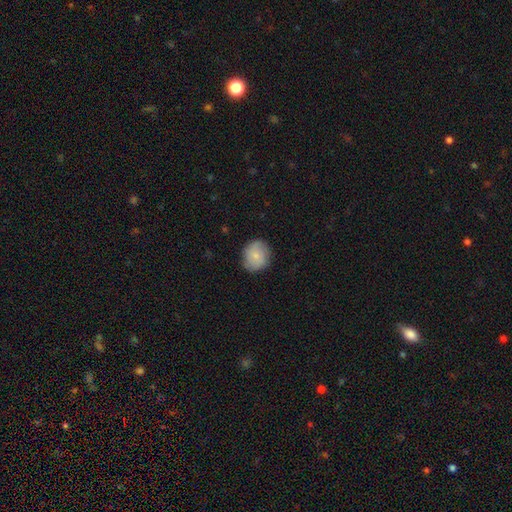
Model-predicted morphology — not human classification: This appears to be a smooth galaxy with no disk features (74%) that is round (81%). Merging: none (82%).